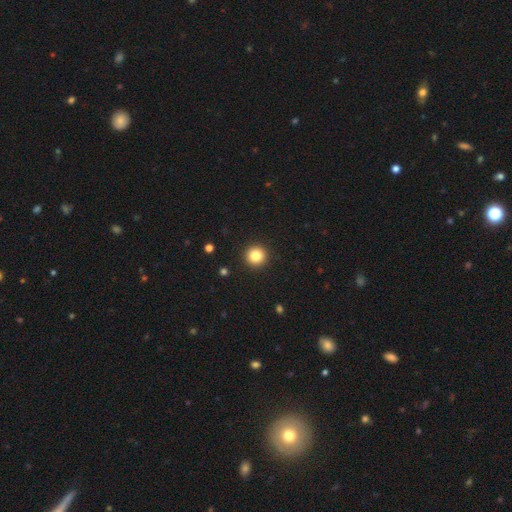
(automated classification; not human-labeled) smooth 83%, star or artifact 11%, featured or disk 6%. Down the decision tree: how rounded — round (96%); merging — none (93%).